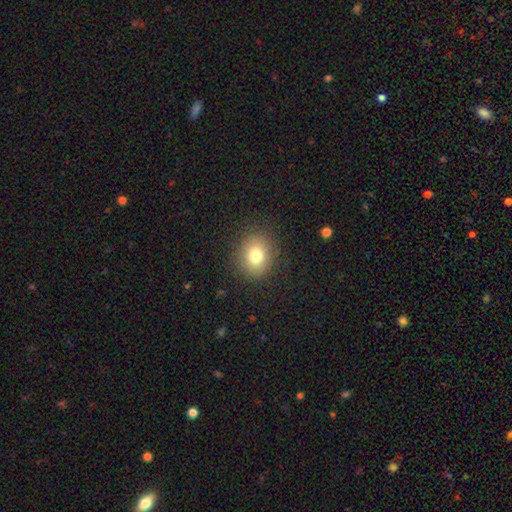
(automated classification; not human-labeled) A smooth galaxy with no disk features (78%) that is round (63%).

Vote fractions:
- Smooth or featured? smooth: 78% / star or artifact: 11% / featured or disk: 11%
- How rounded? round: 63% / in between: 36% / cigar-shaped: 1%
- Merging? none: 87% / minor disturbance: 9% / major disturbance: 4% / merger: 1%